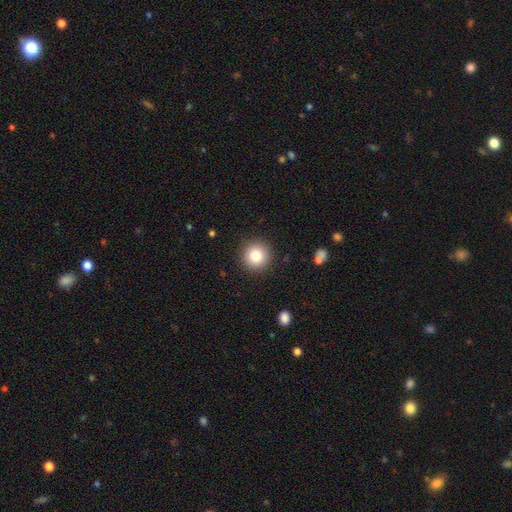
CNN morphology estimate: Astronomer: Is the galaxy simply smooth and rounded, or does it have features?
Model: smooth — 82%.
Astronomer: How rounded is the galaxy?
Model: round — 95%.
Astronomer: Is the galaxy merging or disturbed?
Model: none — 91%.